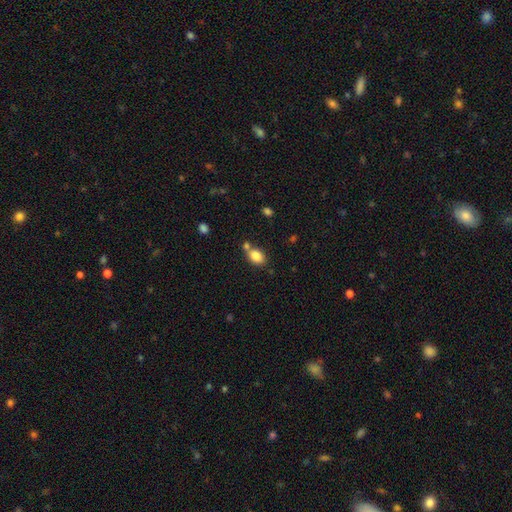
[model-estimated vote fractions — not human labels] Smooth or featured? Predicted: smooth (p=0.84). How rounded? Predicted: in between (p=0.81). Merging? Predicted: none (p=0.60).